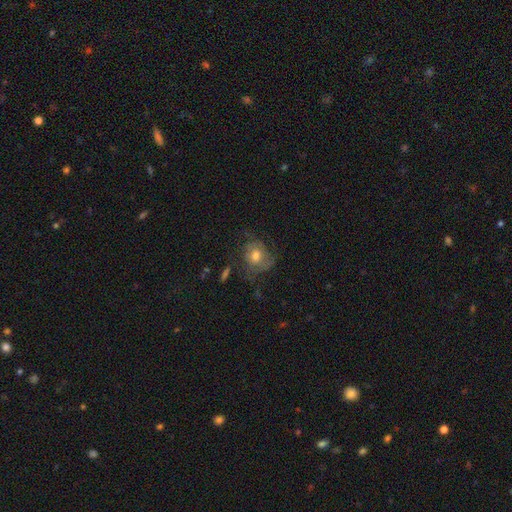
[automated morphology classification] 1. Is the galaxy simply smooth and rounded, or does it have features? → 51% smooth, 39% featured or disk, 10% star or artifact.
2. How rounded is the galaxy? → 70% round, 29% in between, 1% cigar-shaped.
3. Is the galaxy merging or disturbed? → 51% none, 25% minor disturbance, 22% major disturbance, 2% merger.